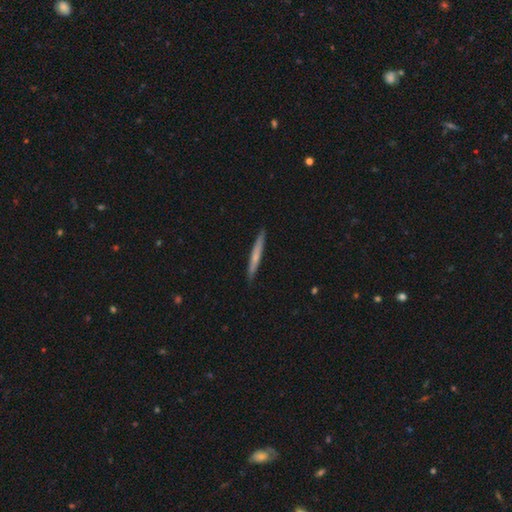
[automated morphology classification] type=smooth (54%); roundness=cigar-shaped (96%); merging=none (90%).